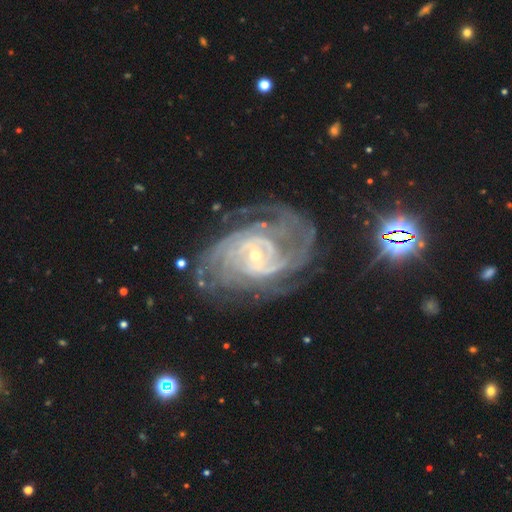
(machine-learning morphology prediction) Smooth or featured? featured or disk (91%)
Edge-on disk? no (97%)
Bar? no (44%)
Spiral arms? yes (97%)
Spiral winding? tight (66%)
Spiral arm count? can't tell (26%)
Bulge size? small (76%)
Merging? none (65%)